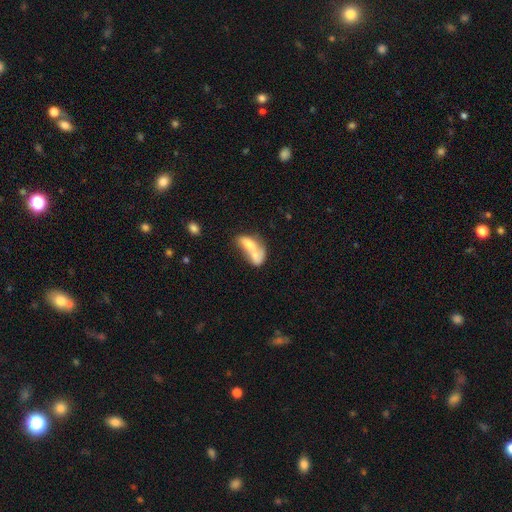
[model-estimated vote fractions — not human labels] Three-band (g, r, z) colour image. It shows a smooth galaxy with no disk features (58%) that is in between round and cigar-shaped (81%). Merging: merger (77%).